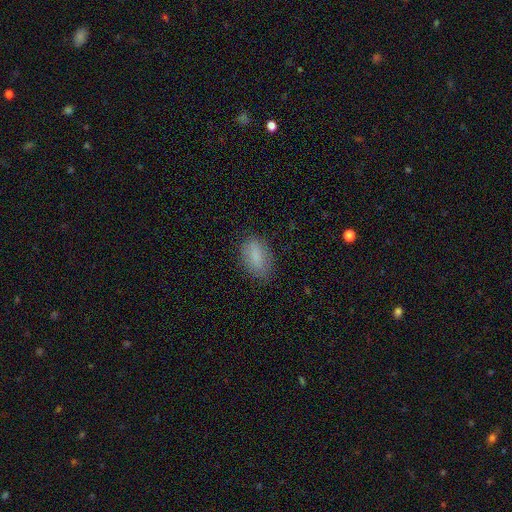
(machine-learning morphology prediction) smooth-or-featured: smooth: 82% | featured or disk: 11% | star or artifact: 7%
  how-rounded: in between: 90% | round: 7% | cigar-shaped: 3%
  merging: none: 79% | minor disturbance: 16% | major disturbance: 4% | merger: 1%